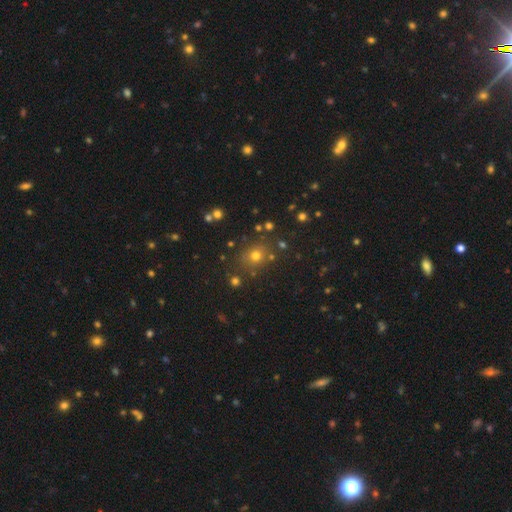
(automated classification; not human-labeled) Morphology: type=smooth (69%); roundness=round (72%); merging=none (80%).